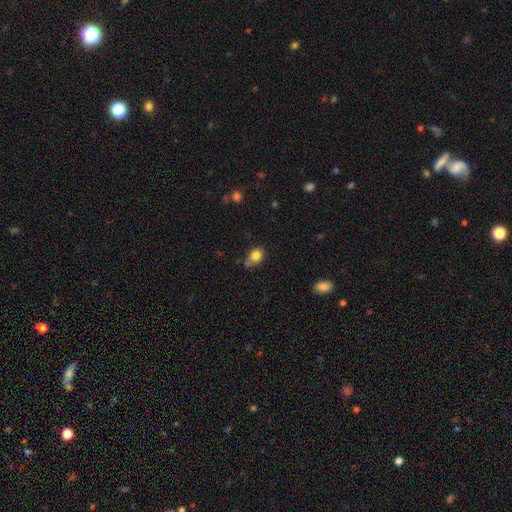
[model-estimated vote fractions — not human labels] smooth_or_featured: smooth (p=0.83) [alt: star or artifact p=0.11]
how_rounded: round (p=0.65) [alt: in between p=0.34]
merging: none (p=0.62) [alt: minor disturbance p=0.19]